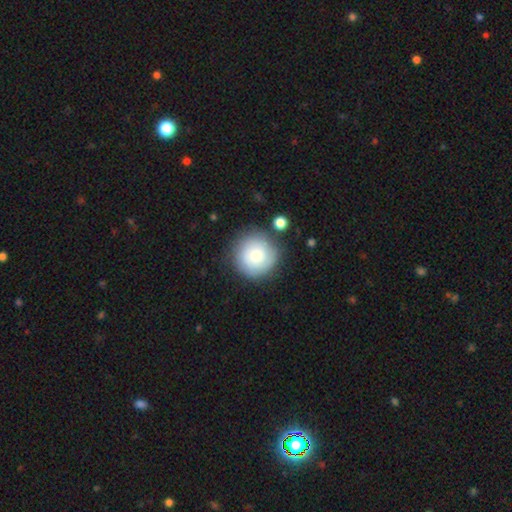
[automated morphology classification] smooth 72%, featured or disk 21%, star or artifact 7%. Down the decision tree: how rounded — round (95%); merging — none (79%).